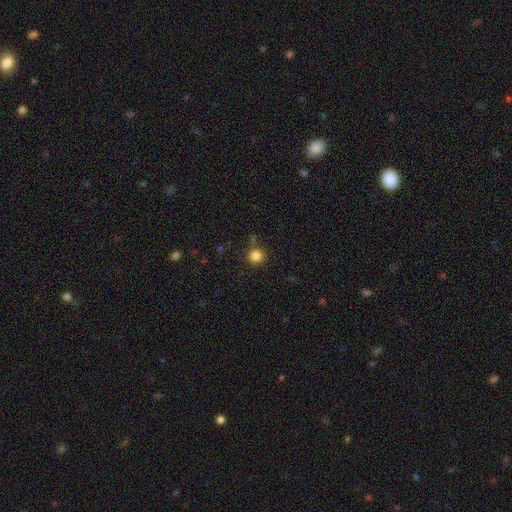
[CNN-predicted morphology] smooth 83%, star or artifact 12%, featured or disk 4%. Down the decision tree: how rounded — round (94%); merging — none (80%).